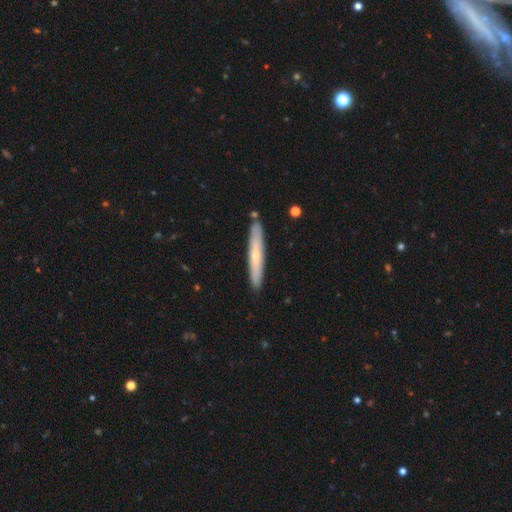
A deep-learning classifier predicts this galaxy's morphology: A smooth galaxy with no disk features (53%) that is cigar-shaped (94%). Merging: none (87%).